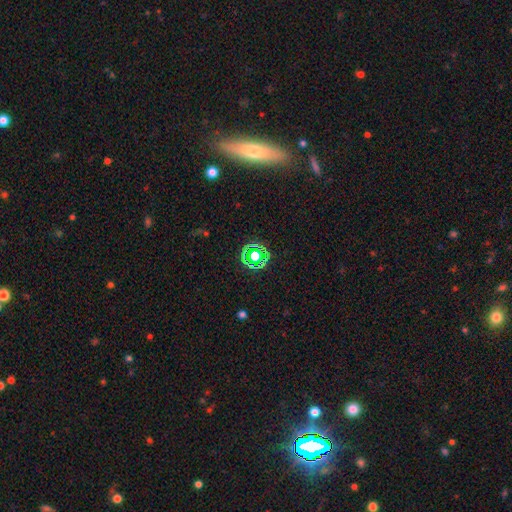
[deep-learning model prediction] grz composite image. It shows a star or artifact, not a galaxy (61%).